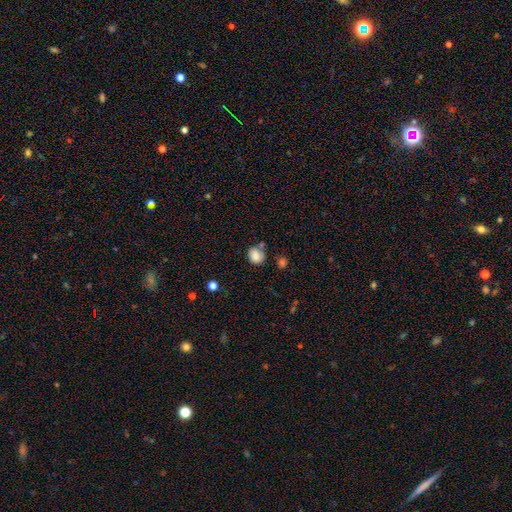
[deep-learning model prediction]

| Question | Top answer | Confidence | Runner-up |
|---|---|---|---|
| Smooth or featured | smooth | 83% | star or artifact (10%) |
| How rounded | round | 59% | in between (40%) |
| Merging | none | 63% | minor disturbance (20%) |